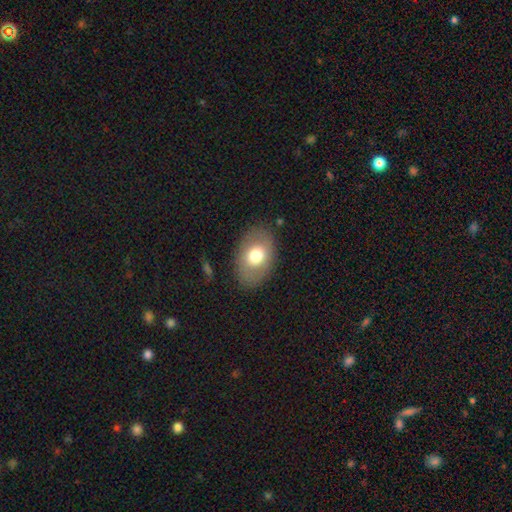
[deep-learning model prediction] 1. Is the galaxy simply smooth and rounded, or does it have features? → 69% smooth, 24% featured or disk, 7% star or artifact.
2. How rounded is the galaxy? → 84% in between, 15% round, 1% cigar-shaped.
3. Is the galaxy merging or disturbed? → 83% none, 12% minor disturbance, 4% major disturbance, 1% merger.